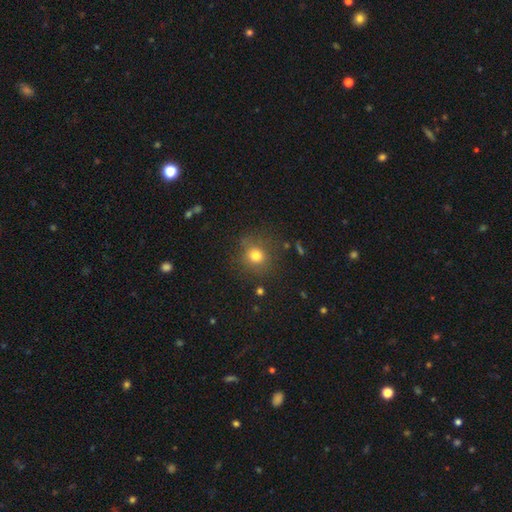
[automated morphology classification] Q: Smooth or featured?
A: smooth (77%); runner-up: star or artifact (14%)
Q: How rounded?
A: round (85%); runner-up: in between (14%)
Q: Merging?
A: none (80%); runner-up: minor disturbance (13%)